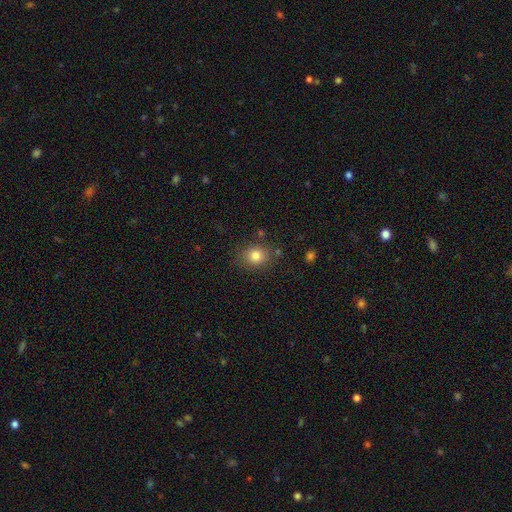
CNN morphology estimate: The model was most divided on "how rounded": round: 66%, in between: 33%, cigar-shaped: 1%. More confident: smooth or featured — smooth (82%); merging — none (81%).